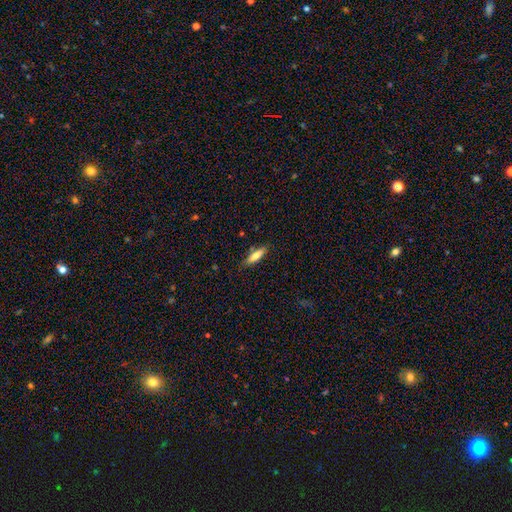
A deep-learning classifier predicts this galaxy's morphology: A smooth galaxy with no disk features (74%) that is cigar-shaped (66%). Merging: none (85%).